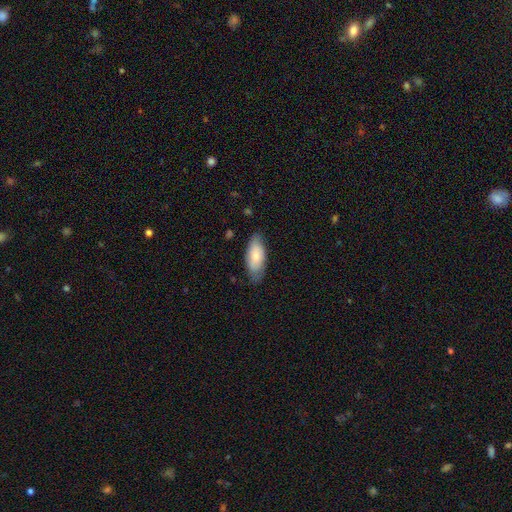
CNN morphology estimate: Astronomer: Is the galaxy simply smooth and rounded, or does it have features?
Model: smooth — 75%.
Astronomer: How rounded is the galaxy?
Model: in between — 86%.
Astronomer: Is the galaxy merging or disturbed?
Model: none — 73%.